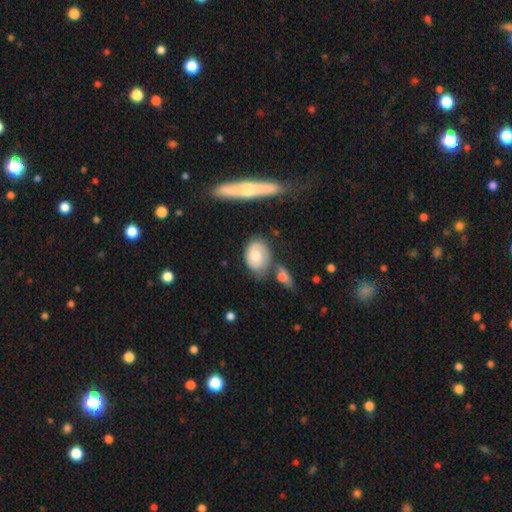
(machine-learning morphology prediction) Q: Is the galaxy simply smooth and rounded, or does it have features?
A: smooth — 52%.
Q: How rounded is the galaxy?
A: in between — 75%.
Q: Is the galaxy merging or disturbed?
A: none — 57%.